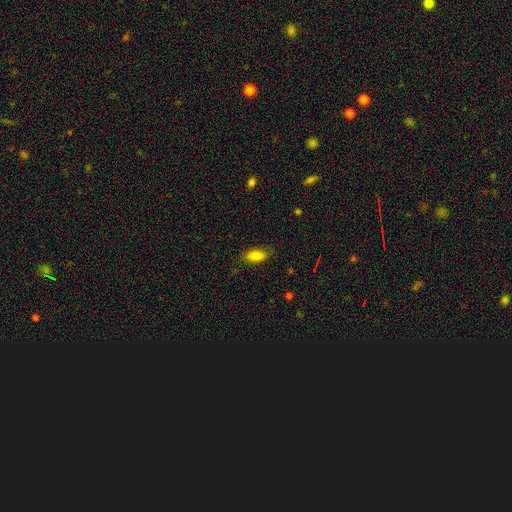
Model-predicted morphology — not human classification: Q: Smooth or featured?
A: smooth (82%); runner-up: featured or disk (9%)
Q: How rounded?
A: in between (90%); runner-up: cigar-shaped (6%)
Q: Merging?
A: none (81%); runner-up: minor disturbance (14%)